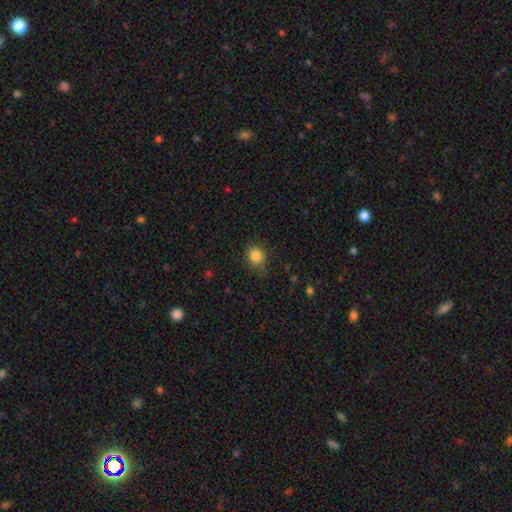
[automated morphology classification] smooth 84%, star or artifact 11%, featured or disk 5%. Down the decision tree: how rounded — round (80%); merging — none (72%).